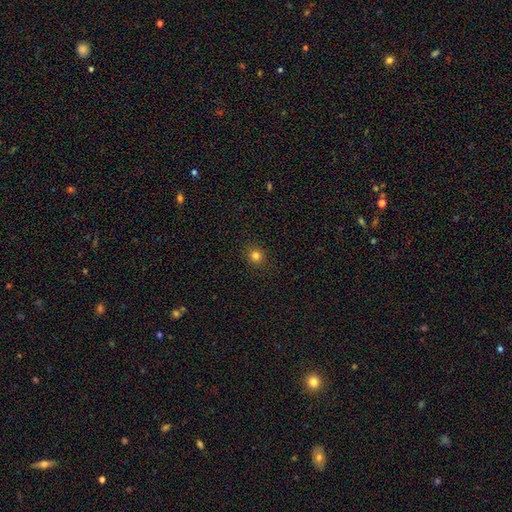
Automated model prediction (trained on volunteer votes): Smooth or featured: smooth — 81% (star or artifact — 14%)
How rounded: round — 88% (in between — 11%)
Merging: none — 91% (minor disturbance — 6%)